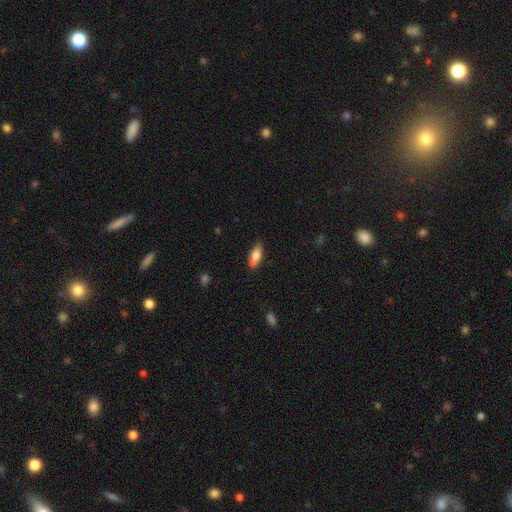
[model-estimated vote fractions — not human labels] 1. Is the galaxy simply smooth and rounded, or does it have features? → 76% smooth, 18% featured or disk, 7% star or artifact.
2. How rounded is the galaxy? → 71% in between, 26% cigar-shaped, 2% round.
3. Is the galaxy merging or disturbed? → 79% none, 16% minor disturbance, 3% major disturbance, 3% merger.